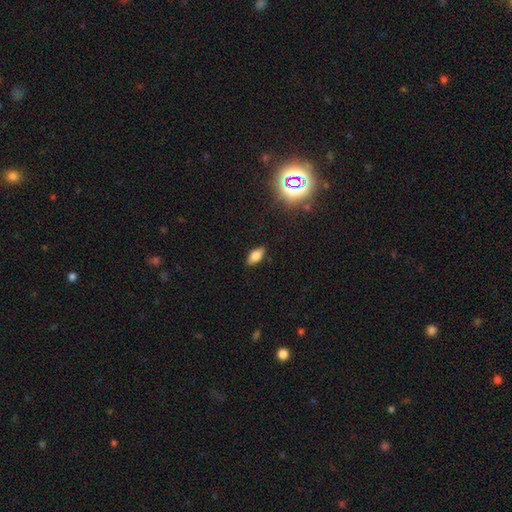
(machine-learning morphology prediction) The model was most divided on "smooth or featured": smooth: 74%, featured or disk: 14%, star or artifact: 12%. More confident: how rounded — in between (88%); merging — none (87%).